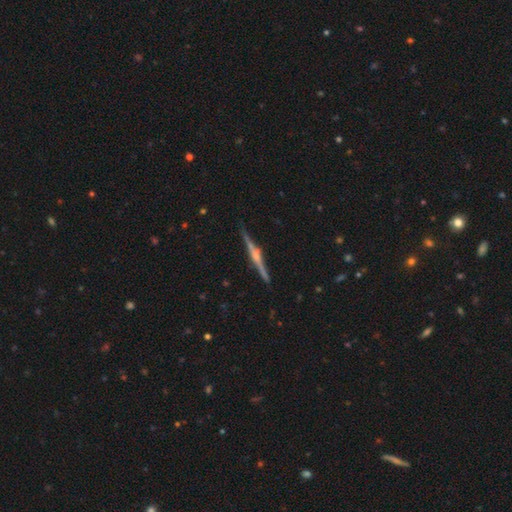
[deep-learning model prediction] smooth-or-featured: featured or disk: 83% | smooth: 12% | star or artifact: 6%
  disk-edge-on: yes: 98% | no: 2%
    edge-on-bulge: rounded: 76% | boxy: 15% | none: 8%
  merging: none: 90% | minor disturbance: 7% | major disturbance: 1% | merger: 1%